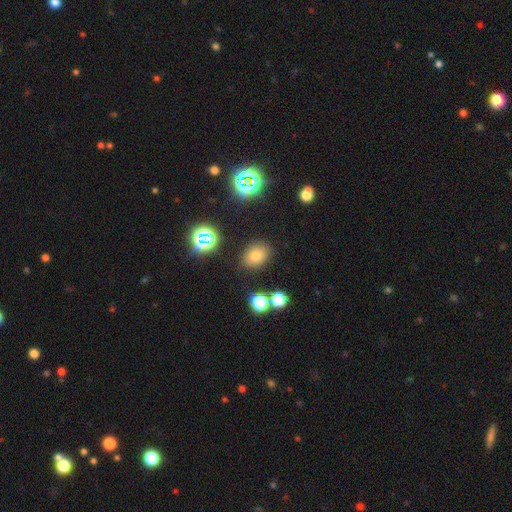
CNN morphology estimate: This is likely a smooth galaxy (73%). How rounded: likely in between (61%). Merging: clearly none (83%).